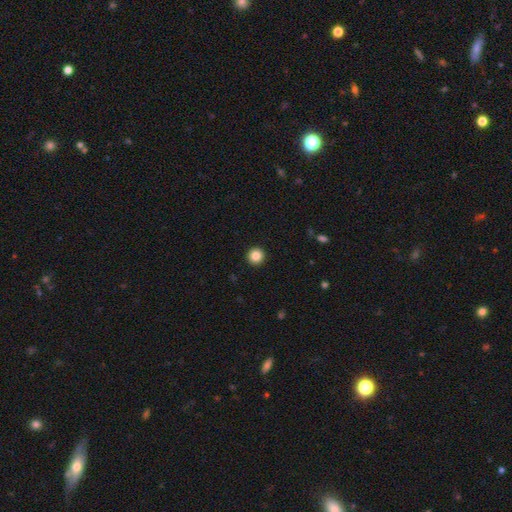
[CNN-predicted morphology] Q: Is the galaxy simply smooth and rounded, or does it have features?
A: smooth — 85%.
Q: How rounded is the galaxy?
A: round — 96%.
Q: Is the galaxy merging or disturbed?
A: none — 94%.